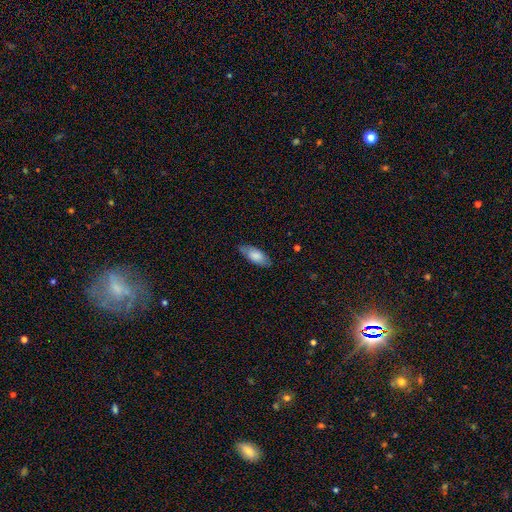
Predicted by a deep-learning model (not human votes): Smooth or featured: smooth — 75% (featured or disk — 19%)
How rounded: in between — 82% (cigar-shaped — 16%)
Merging: none — 79% (minor disturbance — 16%)